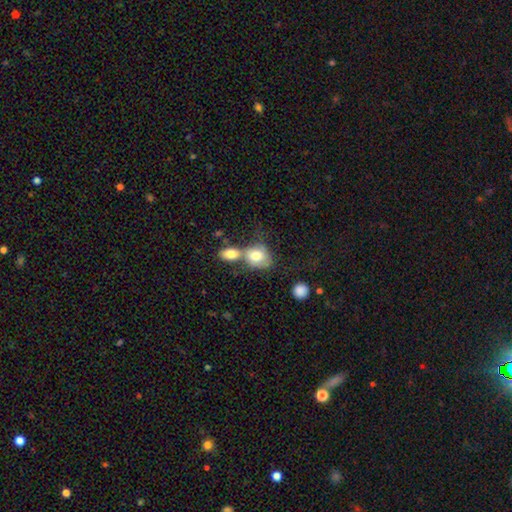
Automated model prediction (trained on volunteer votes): The model was most divided on "how rounded": in between: 56%, round: 42%, cigar-shaped: 1%. More confident: smooth or featured — smooth (78%); merging — merger (59%).